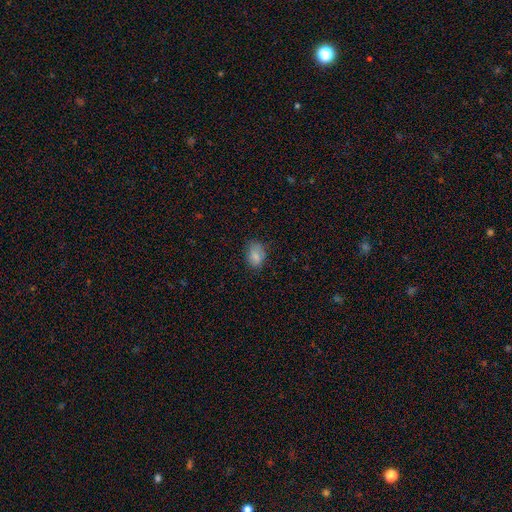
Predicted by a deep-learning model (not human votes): Overall: smooth (81%). How rounded: in between (73%). Merging: none (70%).